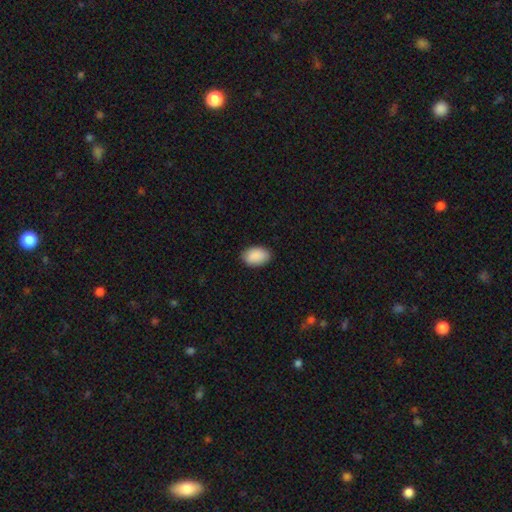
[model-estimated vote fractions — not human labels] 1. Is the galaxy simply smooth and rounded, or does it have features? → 91% smooth, 6% star or artifact, 3% featured or disk.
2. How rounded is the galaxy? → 91% in between, 8% round, 1% cigar-shaped.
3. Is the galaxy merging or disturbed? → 87% none, 10% minor disturbance, 2% major disturbance, 1% merger.